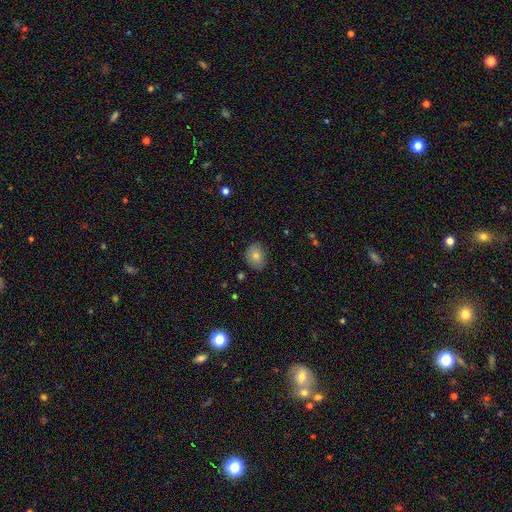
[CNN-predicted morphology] Overall: smooth (83%). How rounded: in between (57%; round 42%). Merging: none (83%).